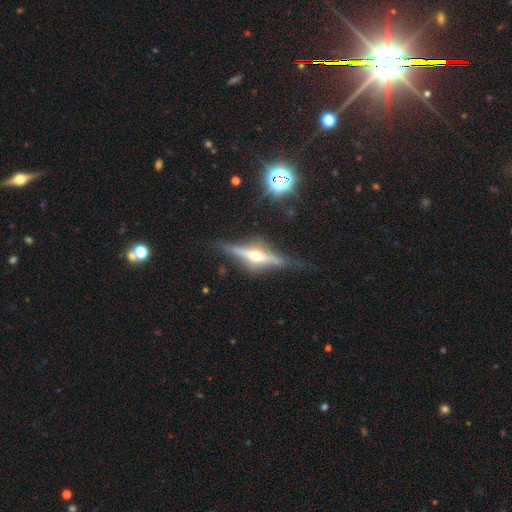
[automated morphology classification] Smooth or featured?
  - featured or disk: 80% *
  - smooth: 13%
  - star or artifact: 8%
Edge-on disk?
  - yes: 96% *
  - no: 4%
Edge-on bulge?
  - rounded: 93% *
  - boxy: 4%
  - none: 3%
Merging?
  - none: 81% *
  - minor disturbance: 13%
  - major disturbance: 4%
  - merger: 2%